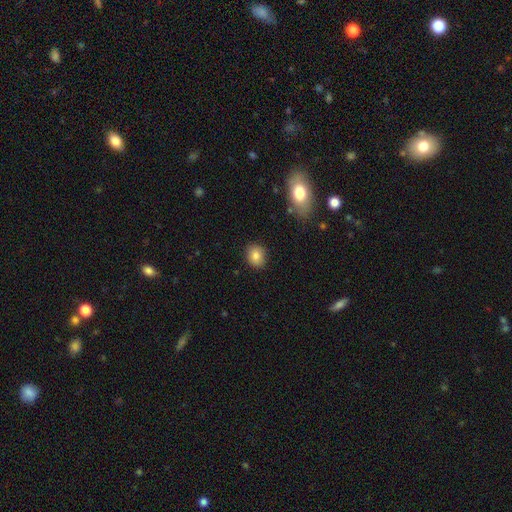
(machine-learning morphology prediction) Smooth or featured?
  - smooth: 83% *
  - star or artifact: 10%
  - featured or disk: 8%
How rounded?
  - round: 64% *
  - in between: 35%
  - cigar-shaped: 1%
Merging?
  - none: 87% *
  - minor disturbance: 10%
  - major disturbance: 2%
  - merger: 1%